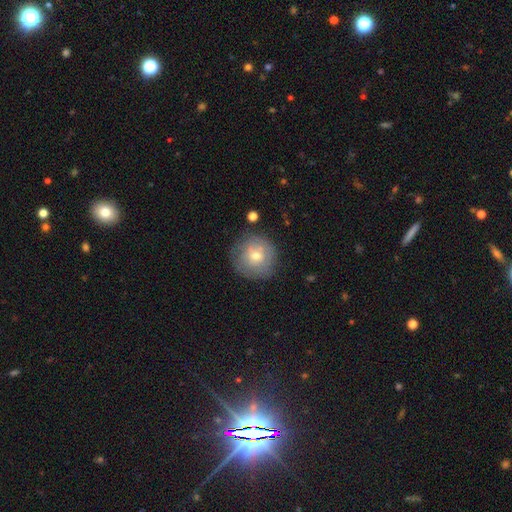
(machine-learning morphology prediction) This is likely a smooth galaxy (60%). How rounded: clearly round (93%). Merging: likely none (75%).